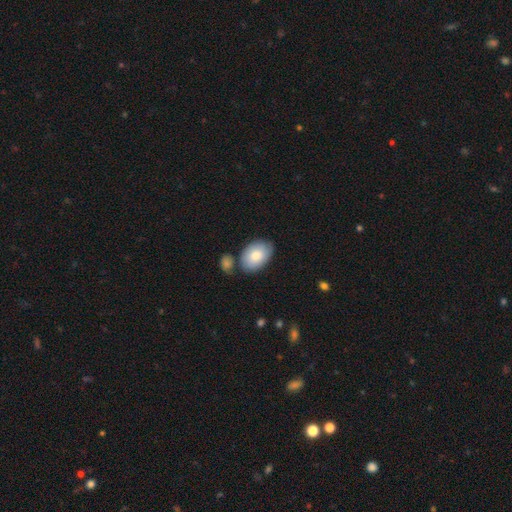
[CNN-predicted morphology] This is clearly a smooth galaxy (81%). How rounded: clearly in between (89%). Merging: likely none (69%).